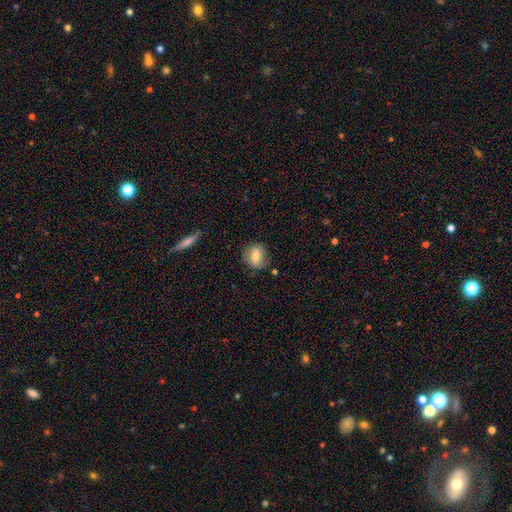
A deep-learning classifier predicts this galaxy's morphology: Smooth or featured: smooth — 73% (featured or disk — 18%)
How rounded: round — 64% (in between — 34%)
Merging: none — 77% (minor disturbance — 17%)